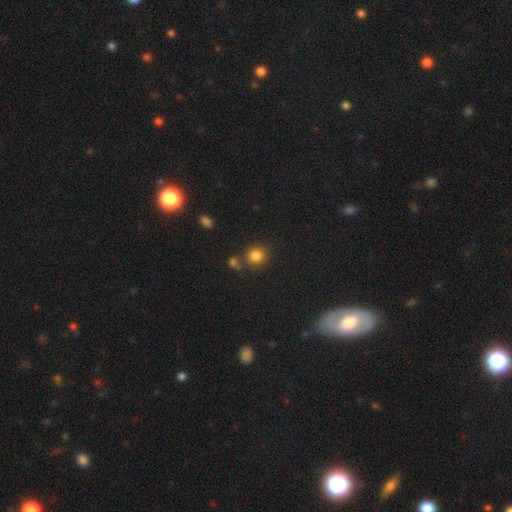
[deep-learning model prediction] smooth-or-featured: smooth: 82% | star or artifact: 12% | featured or disk: 5%
  how-rounded: round: 86% | in between: 13% | cigar-shaped: 1%
  merging: none: 72% | merger: 15% | minor disturbance: 9% | major disturbance: 4%